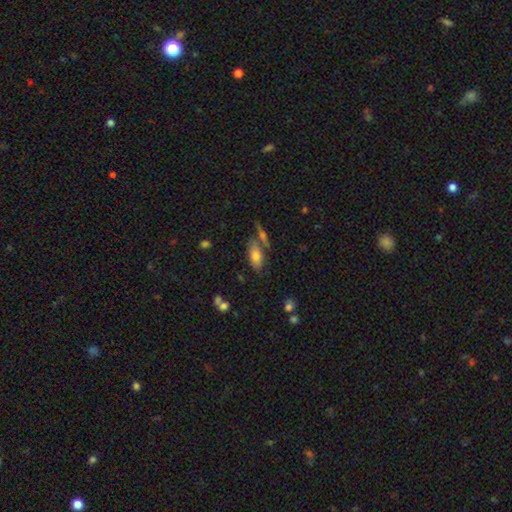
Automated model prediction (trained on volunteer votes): The model was most divided on "merging": none: 56%, merger: 21%, minor disturbance: 17%, major disturbance: 6%. More confident: how rounded — in between (85%); smooth or featured — smooth (74%).